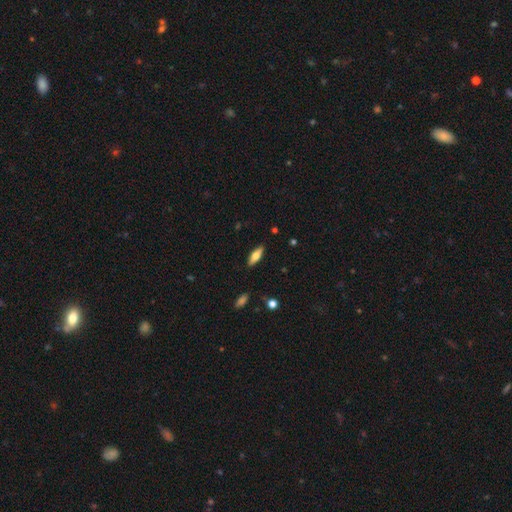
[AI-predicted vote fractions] smooth-or-featured: smooth: 64% | featured or disk: 29% | star or artifact: 6%
  how-rounded: in between: 59% | cigar-shaped: 39% | round: 2%
  merging: none: 88% | minor disturbance: 9% | major disturbance: 2% | merger: 1%